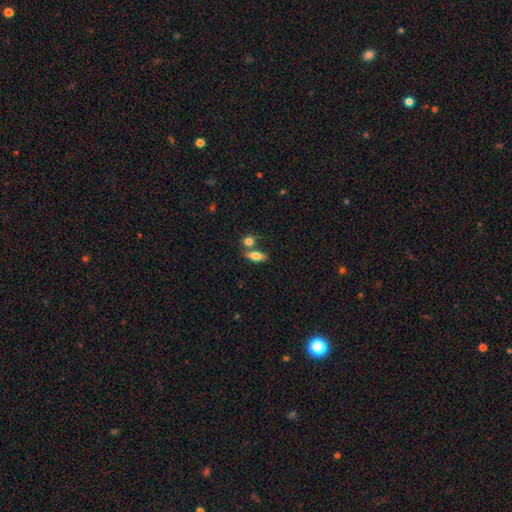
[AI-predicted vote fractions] Smooth or featured: smooth — 68% (featured or disk — 24%)
How rounded: in between — 69% (cigar-shaped — 23%)
Merging: none — 60% (merger — 26%)